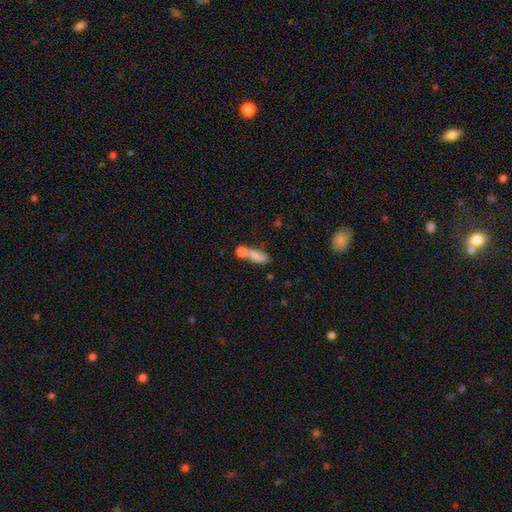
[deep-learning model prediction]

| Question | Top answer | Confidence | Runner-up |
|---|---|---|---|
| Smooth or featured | smooth | 78% | featured or disk (13%) |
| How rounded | in between | 54% | cigar-shaped (40%) |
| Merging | merger | 42% | none (37%) |